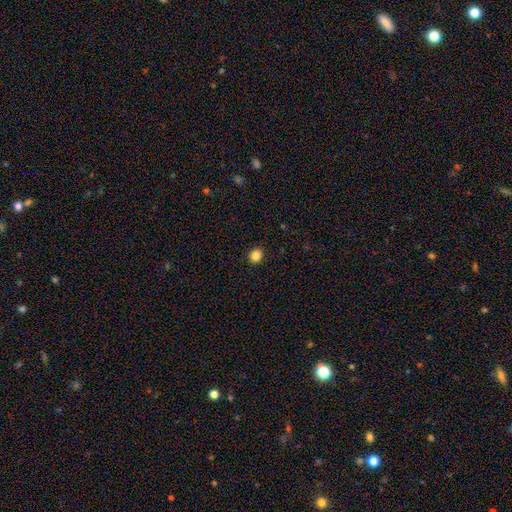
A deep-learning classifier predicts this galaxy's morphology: This appears to be a smooth galaxy with no disk features (84%) that is round (72%). Merging: none (92%).